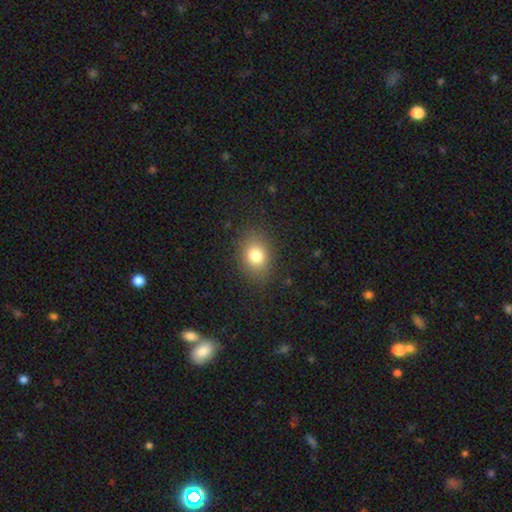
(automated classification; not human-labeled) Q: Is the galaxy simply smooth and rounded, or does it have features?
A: smooth — 79%.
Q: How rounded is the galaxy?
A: in between — 64%.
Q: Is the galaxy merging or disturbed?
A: none — 85%.